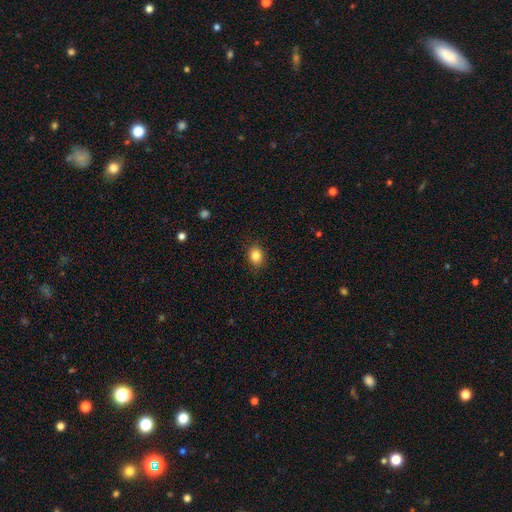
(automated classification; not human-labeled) smooth 85%, star or artifact 10%, featured or disk 5%. Down the decision tree: how rounded — round (57%); merging — none (88%).